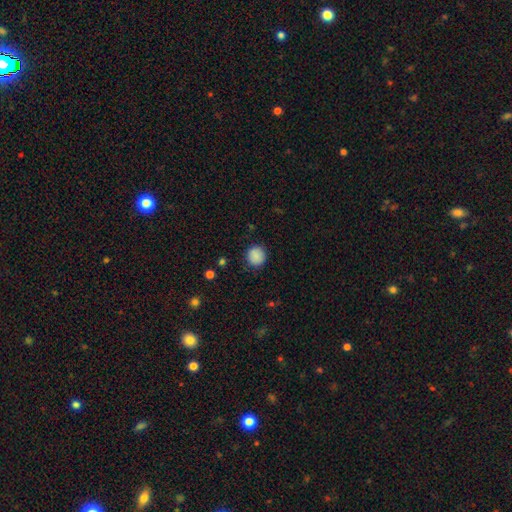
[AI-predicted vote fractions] smooth 87%, star or artifact 8%, featured or disk 4%. Down the decision tree: how rounded — round (89%); merging — none (86%).